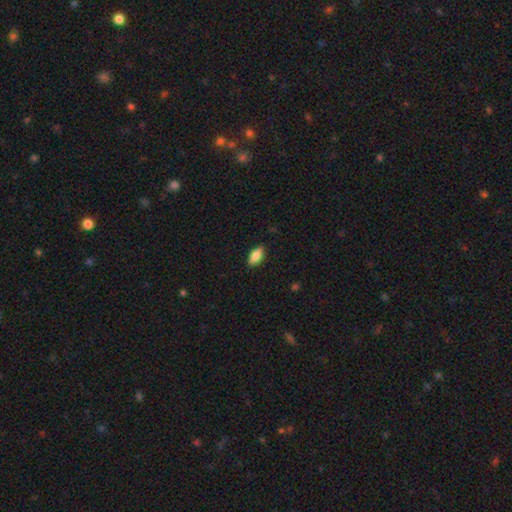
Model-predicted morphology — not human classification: The model was most divided on "merging": none: 86%, minor disturbance: 11%, major disturbance: 2%, merger: 1%. More confident: how rounded — in between (90%); smooth or featured — smooth (86%).